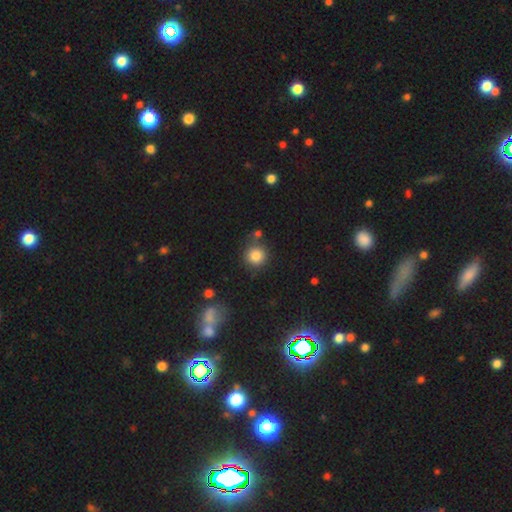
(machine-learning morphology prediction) Smooth or featured? smooth (83%)
How rounded? round (93%)
Merging? none (76%)